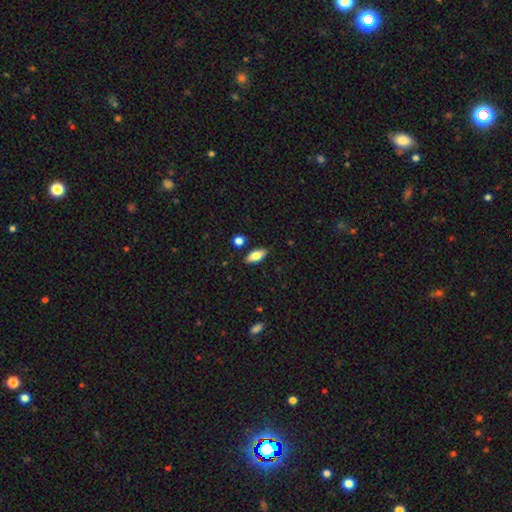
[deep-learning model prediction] smooth_or_featured: smooth (p=0.69) [alt: featured or disk p=0.24]
how_rounded: in between (p=0.79) [alt: cigar-shaped p=0.18]
merging: none (p=0.86) [alt: minor disturbance p=0.09]